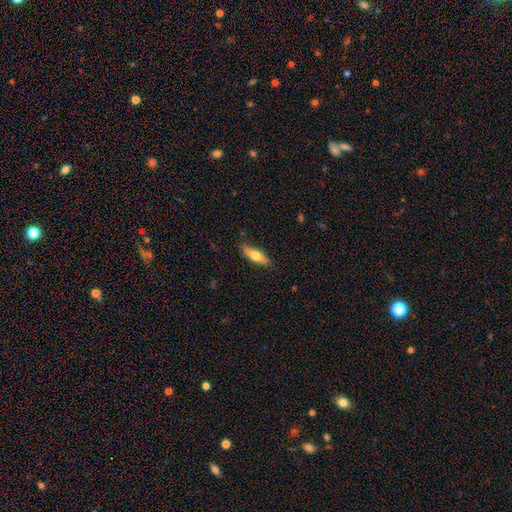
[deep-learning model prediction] Overall: smooth (68%). How rounded: in between (50%; cigar-shaped 48%). Merging: none (81%).